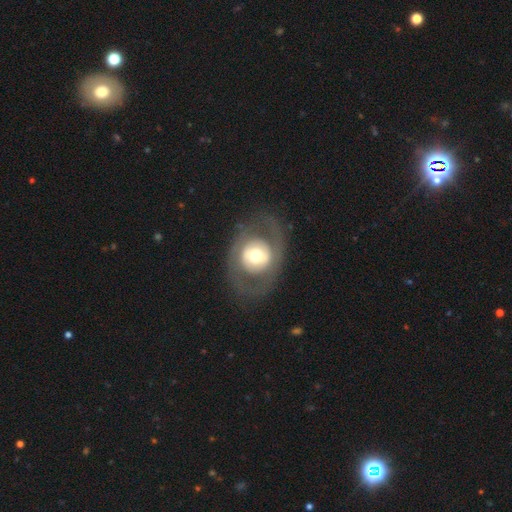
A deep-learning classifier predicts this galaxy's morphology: Q: Smooth or featured?
A: featured or disk (55%); runner-up: smooth (39%)
Q: Edge-on disk?
A: no (93%); runner-up: yes (7%)
Q: Bar?
A: no (73%); runner-up: weak (17%)
Q: Spiral arms?
A: no (79%); runner-up: yes (21%)
Q: Bulge size?
A: moderate (57%); runner-up: large (29%)
Q: Merging?
A: none (77%); runner-up: major disturbance (11%)